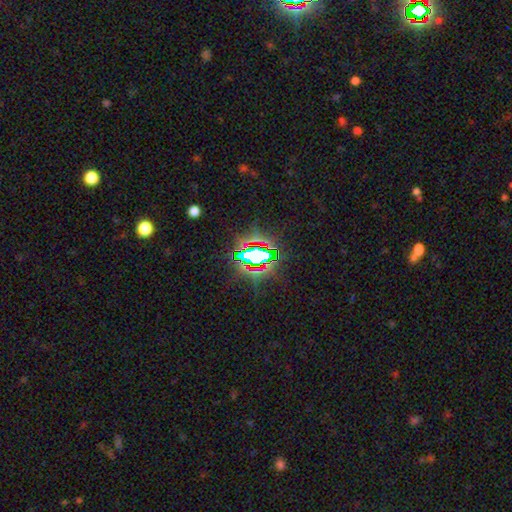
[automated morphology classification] Smooth or featured?
  - star or artifact: 75% *
  - smooth: 13%
  - featured or disk: 12%